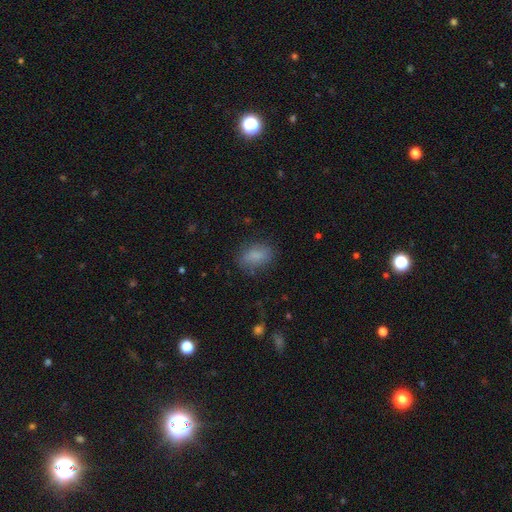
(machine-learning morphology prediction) A smooth galaxy with no disk features (84%) that is in between round and cigar-shaped (86%).

Vote fractions:
- Smooth or featured? smooth: 84% / star or artifact: 9% / featured or disk: 7%
- How rounded? in between: 86% / round: 11% / cigar-shaped: 3%
- Merging? none: 78% / minor disturbance: 15% / major disturbance: 5% / merger: 1%